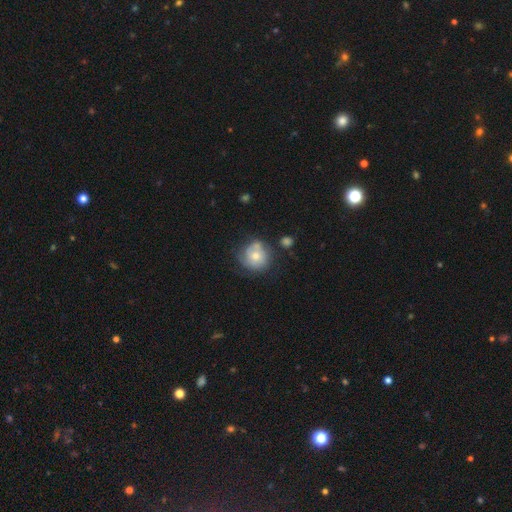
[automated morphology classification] smooth-or-featured: smooth: 57% | featured or disk: 35% | star or artifact: 8%
  how-rounded: round: 88% | in between: 11% | cigar-shaped: 1%
  merging: none: 57% | minor disturbance: 25% | major disturbance: 10% | merger: 8%